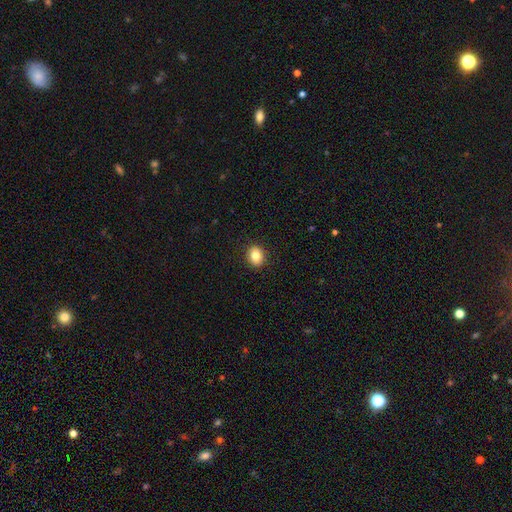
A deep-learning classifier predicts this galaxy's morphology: type=smooth (82%); roundness=round (57%); merging=none (91%).